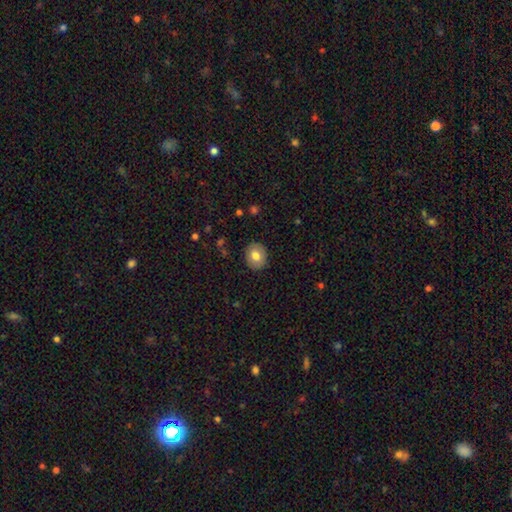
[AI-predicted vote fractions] Morphology: type=smooth (79%); roundness=round (63%); merging=none (89%).